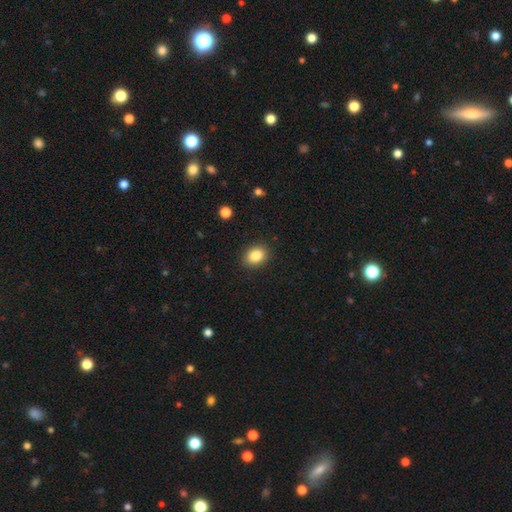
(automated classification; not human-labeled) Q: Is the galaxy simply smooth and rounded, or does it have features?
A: smooth — 86%.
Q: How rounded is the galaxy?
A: in between — 62%.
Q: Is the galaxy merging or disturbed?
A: none — 88%.